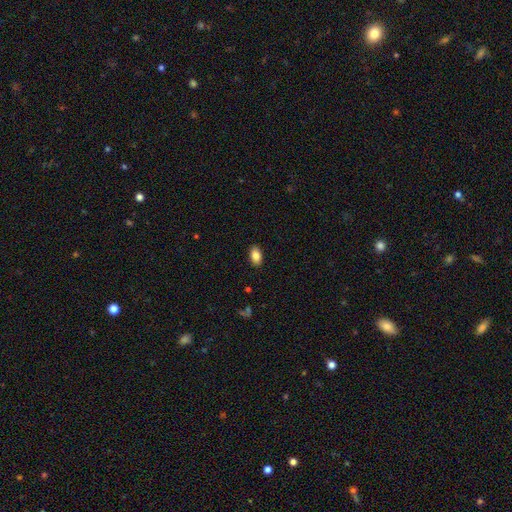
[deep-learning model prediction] Smooth or featured? smooth (86%)
How rounded? in between (91%)
Merging? none (89%)